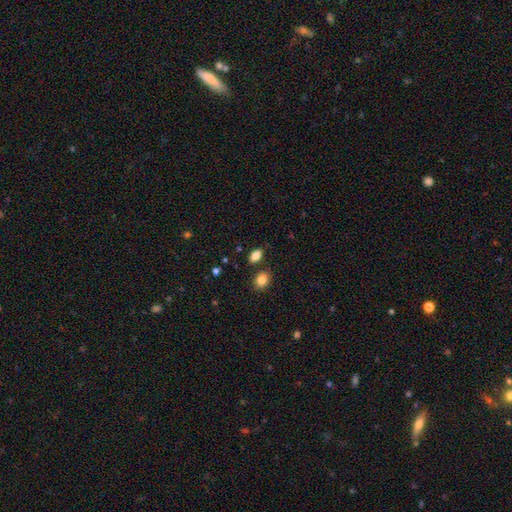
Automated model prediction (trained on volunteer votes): Morphology: type=smooth (84%); roundness=in between (86%); merging=none (80%).